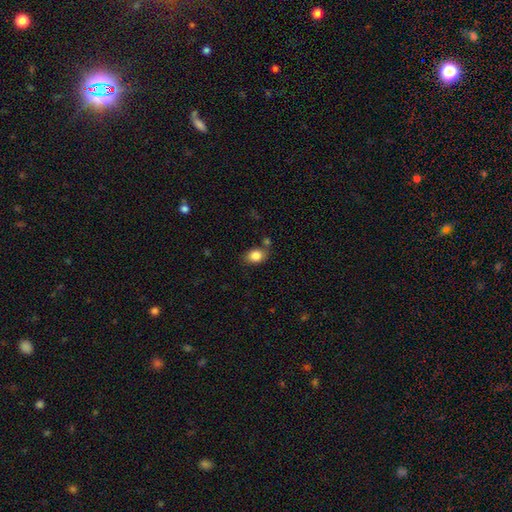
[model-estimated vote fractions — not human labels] Smooth or featured: smooth — 84% (star or artifact — 9%)
How rounded: in between — 68% (round — 31%)
Merging: none — 72% (minor disturbance — 15%)